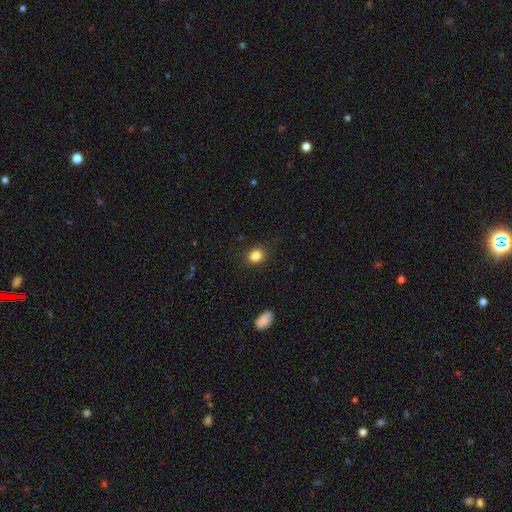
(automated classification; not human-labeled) This is clearly a smooth galaxy (85%). How rounded: possibly round (52%). Merging: clearly none (85%).